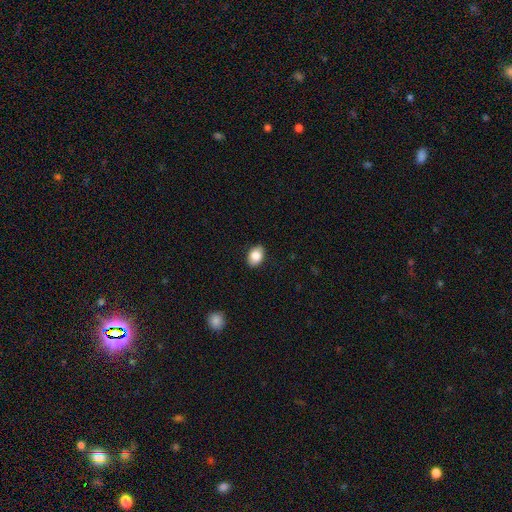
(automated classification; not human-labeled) The model was most divided on "how rounded": in between: 81%, round: 18%, cigar-shaped: 1%. More confident: merging — none (88%); smooth or featured — smooth (86%).